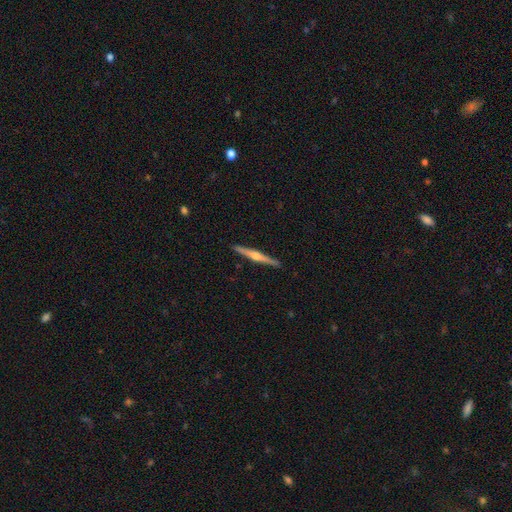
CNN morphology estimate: Overall: featured or disk (79%). Edge-on disk: yes (99%). Edge-on bulge: rounded (90%). Merging: none (92%).